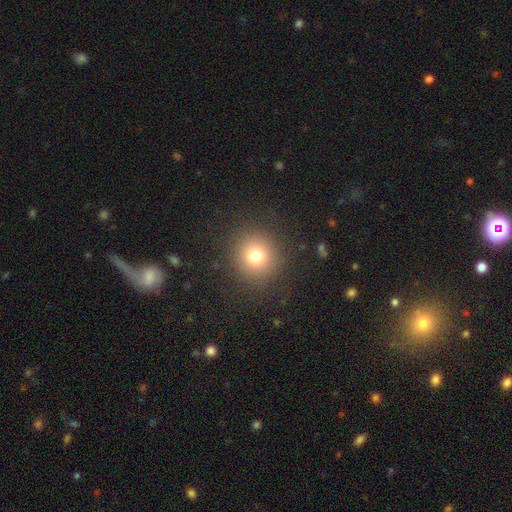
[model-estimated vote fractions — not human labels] Smooth or featured: smooth — 76% (star or artifact — 15%)
How rounded: round — 92% (in between — 7%)
Merging: none — 88% (minor disturbance — 7%)